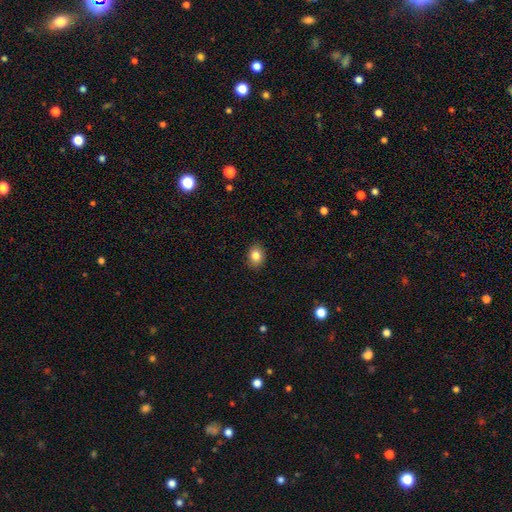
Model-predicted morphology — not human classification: Smooth or featured: smooth — 83% (star or artifact — 9%)
How rounded: in between — 59% (round — 41%)
Merging: none — 89% (minor disturbance — 8%)